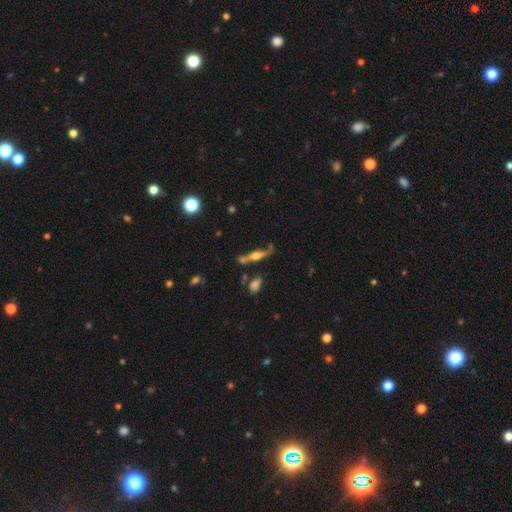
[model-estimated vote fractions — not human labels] featured or disk 65%, smooth 26%, star or artifact 8%. Down the decision tree: edge-on disk — yes (86%); edge-on bulge — rounded (90%); merging — none (64%).